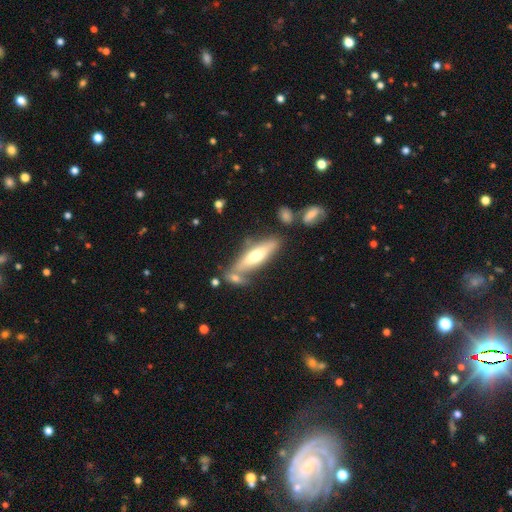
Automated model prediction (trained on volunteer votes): Smooth or featured: smooth — 50% (featured or disk — 44%)
Merging: none — 59% (merger — 19%)